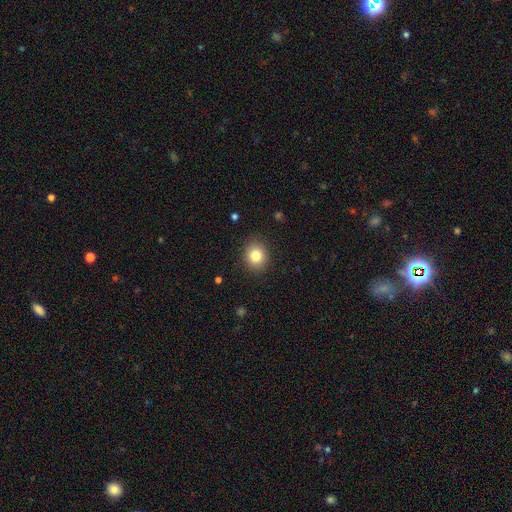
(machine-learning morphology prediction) Smooth or featured: smooth — 81% (star or artifact — 11%)
How rounded: round — 77% (in between — 22%)
Merging: none — 89% (minor disturbance — 8%)